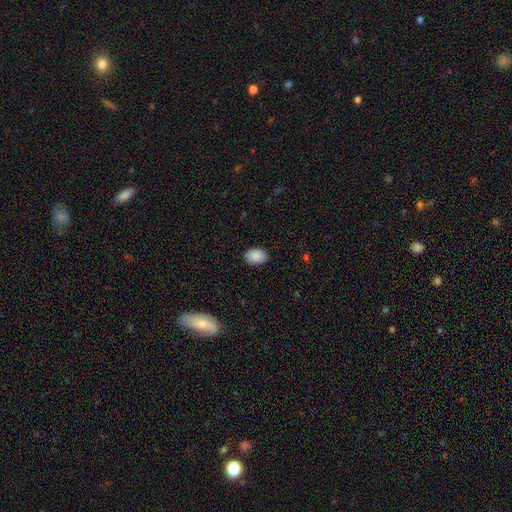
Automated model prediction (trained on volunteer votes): smooth-or-featured: smooth: 89% | star or artifact: 7% | featured or disk: 4%
  how-rounded: in between: 73% | round: 26% | cigar-shaped: 1%
  merging: none: 86% | minor disturbance: 11% | major disturbance: 2% | merger: 1%